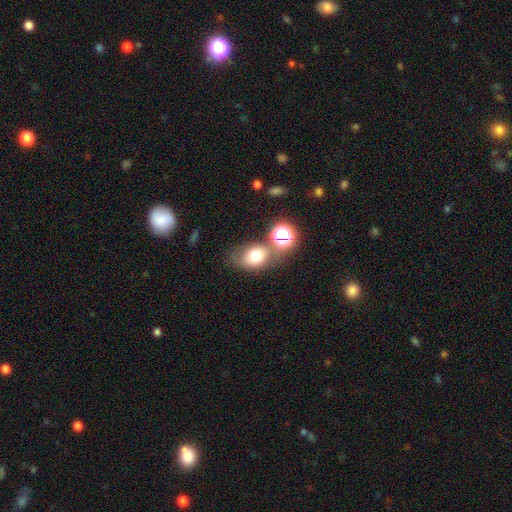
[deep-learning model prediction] A smooth galaxy with no disk features (68%) that is in between round and cigar-shaped (63%).

Vote fractions:
- Smooth or featured? smooth: 68% / featured or disk: 17% / star or artifact: 15%
- How rounded? in between: 63% / round: 35% / cigar-shaped: 1%
- Merging? none: 53% / merger: 20% / minor disturbance: 18% / major disturbance: 9%